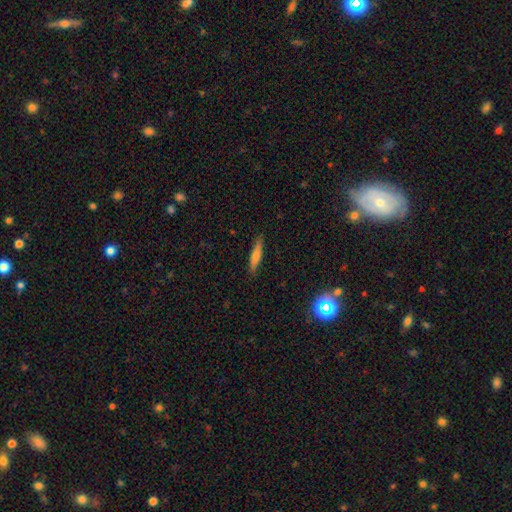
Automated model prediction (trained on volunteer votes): Overall: smooth (54%; featured or disk 36%). How rounded: cigar-shaped (86%). Merging: none (89%).